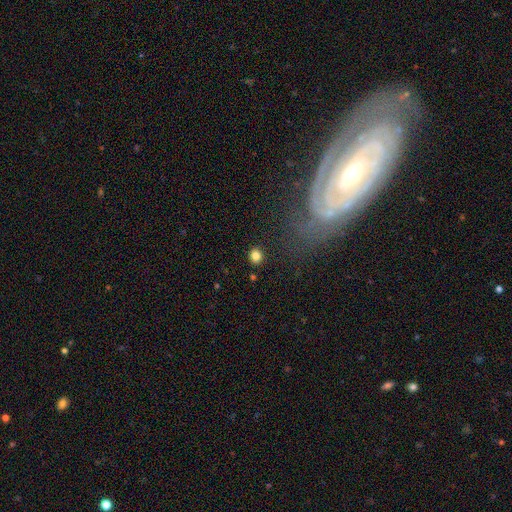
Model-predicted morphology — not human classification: Q: Smooth or featured?
A: smooth (83%); runner-up: star or artifact (12%)
Q: How rounded?
A: round (77%); runner-up: in between (22%)
Q: Merging?
A: none (88%); runner-up: minor disturbance (7%)